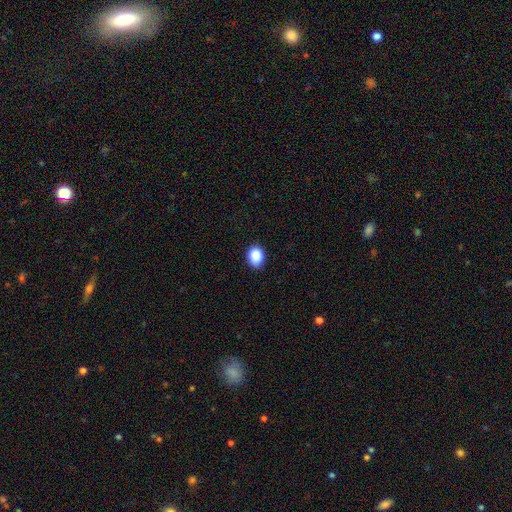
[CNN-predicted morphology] smooth-or-featured: smooth: 89% | star or artifact: 8% | featured or disk: 3%
  how-rounded: in between: 56% | round: 43% | cigar-shaped: 1%
  merging: none: 88% | minor disturbance: 9% | major disturbance: 2% | merger: 1%